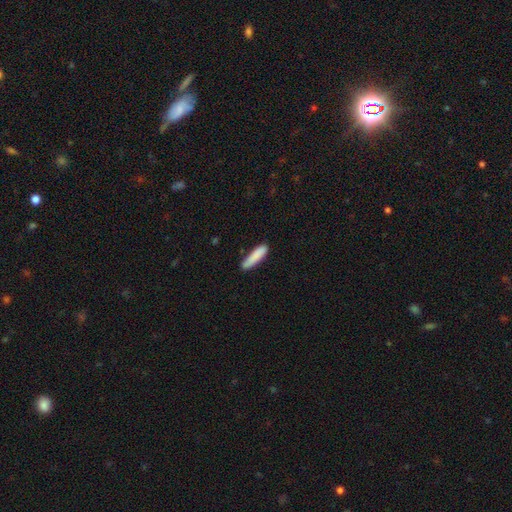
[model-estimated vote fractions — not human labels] A smooth galaxy with no disk features (86%) that is cigar-shaped (76%). Merging: none (75%).